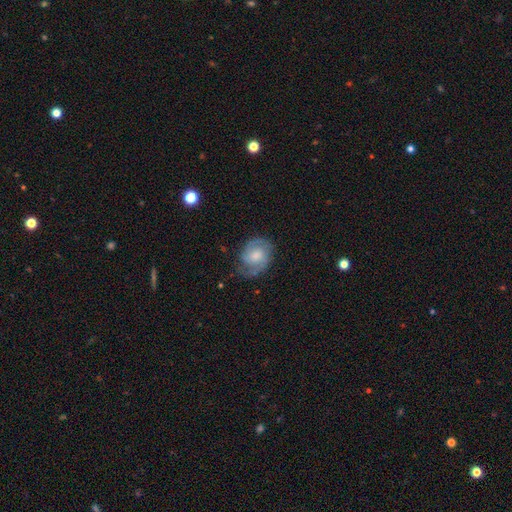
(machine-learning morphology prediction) A featured or disk galaxy (70%) with no bar (58%), 2 (76%) medium (45%) spiral arms (93%) and a moderate central bulge (46%). Merging: none (68%).